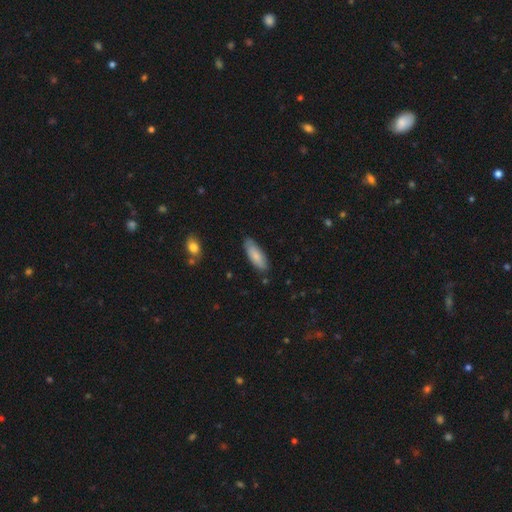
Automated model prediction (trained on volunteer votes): Smooth or featured? Predicted: smooth (p=0.82). How rounded? Predicted: in between (p=0.61). Merging? Predicted: none (p=0.83).